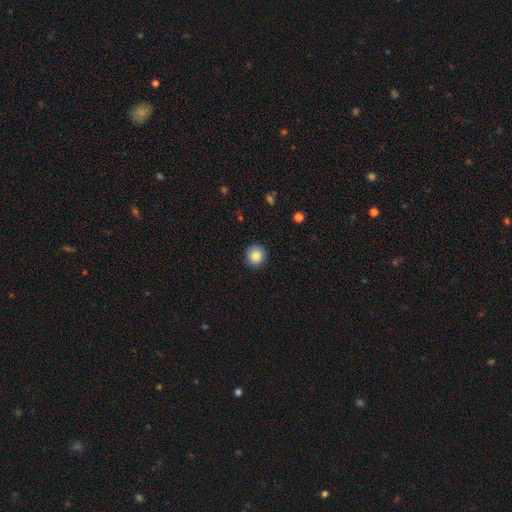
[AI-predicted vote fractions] Smooth or featured? smooth (88%)
How rounded? round (91%)
Merging? none (91%)